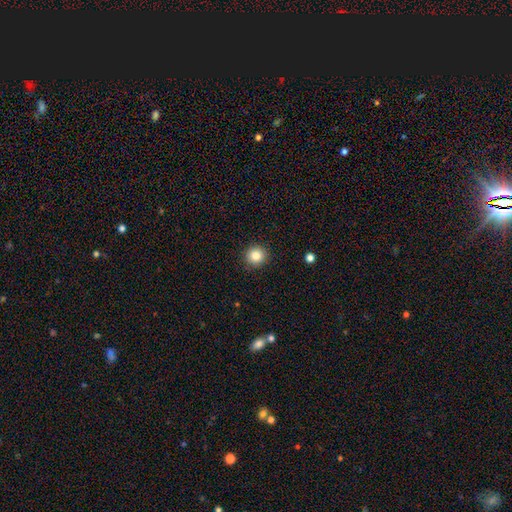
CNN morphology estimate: smooth-or-featured: smooth: 84% | star or artifact: 10% | featured or disk: 6%
  how-rounded: round: 93% | in between: 6% | cigar-shaped: 1%
  merging: none: 92% | minor disturbance: 5% | major disturbance: 2% | merger: 1%